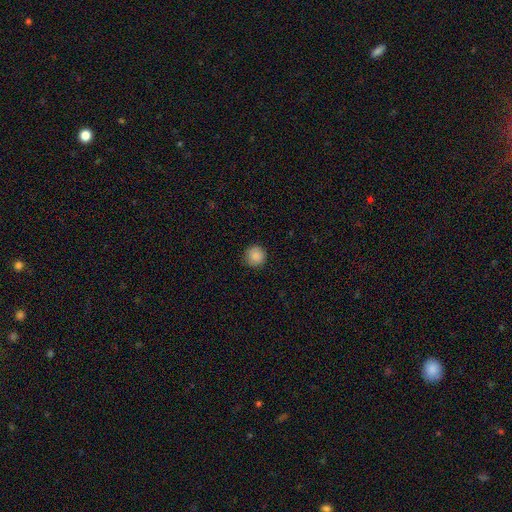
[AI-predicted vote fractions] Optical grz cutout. It shows a smooth galaxy with no disk features (88%) that is round (95%). Merging: none (88%).